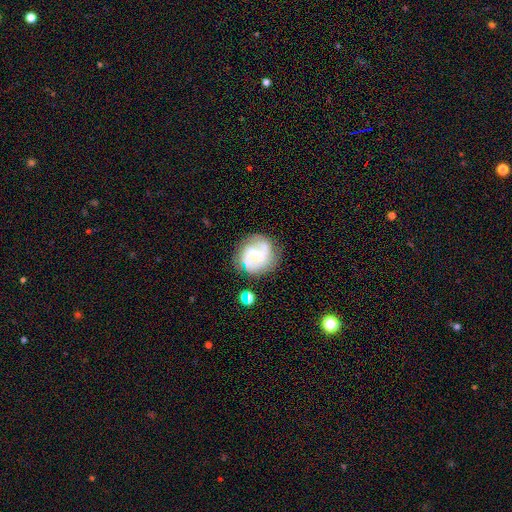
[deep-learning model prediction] This is likely a featured or disk galaxy (67%). It is clearly not viewed edge-on (98%). Bar: possibly no (46%). Spiral arm pattern: clearly yes (83%). Spiral arm count: likely 2 (71%). Spiral winding: marginally medium (45%). Central bulge: possibly small (49%). Merging: likely none (66%).